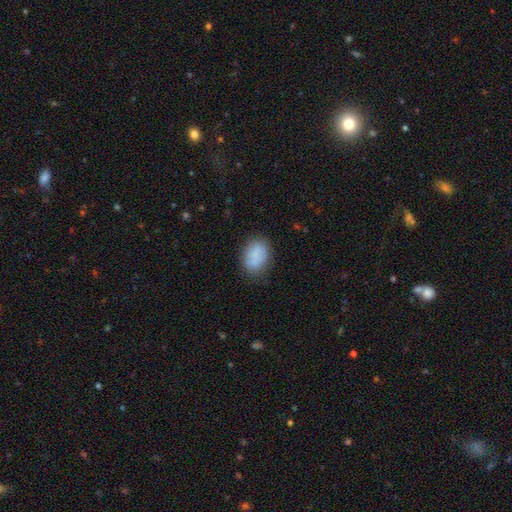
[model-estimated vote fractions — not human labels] smooth 85%, star or artifact 8%, featured or disk 8%. Down the decision tree: how rounded — in between (78%); merging — none (78%).